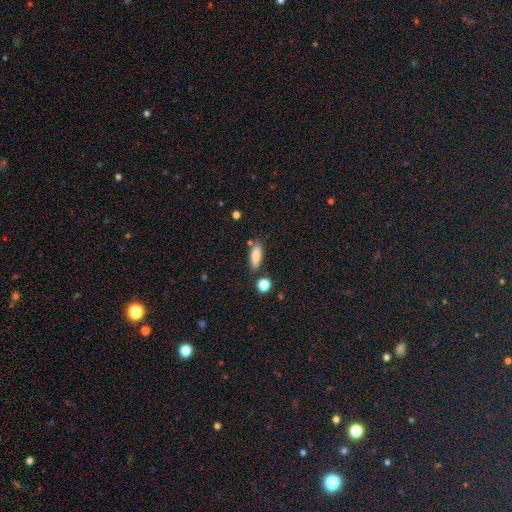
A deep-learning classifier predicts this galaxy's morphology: Smooth or featured? Predicted: smooth (p=0.83). How rounded? Predicted: in between (p=0.59). Merging? Predicted: none (p=0.79).